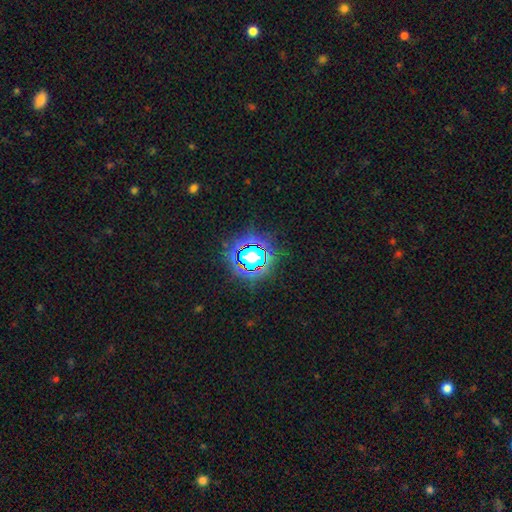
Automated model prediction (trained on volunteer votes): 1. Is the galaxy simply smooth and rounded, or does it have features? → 83% star or artifact, 11% smooth, 6% featured or disk.